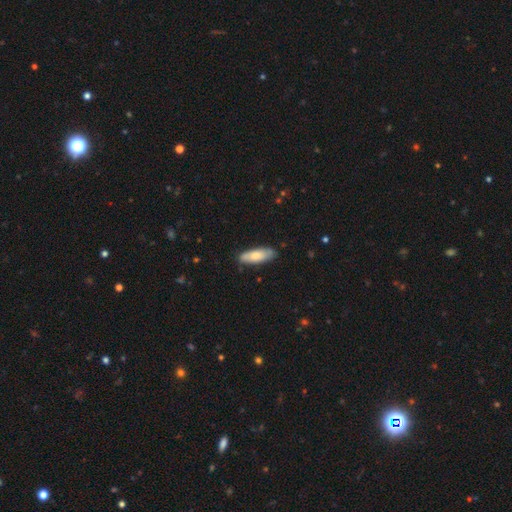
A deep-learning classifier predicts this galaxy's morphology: Q: Smooth or featured?
A: smooth (74%); runner-up: featured or disk (20%)
Q: How rounded?
A: in between (58%); runner-up: cigar-shaped (40%)
Q: Merging?
A: none (82%); runner-up: minor disturbance (14%)